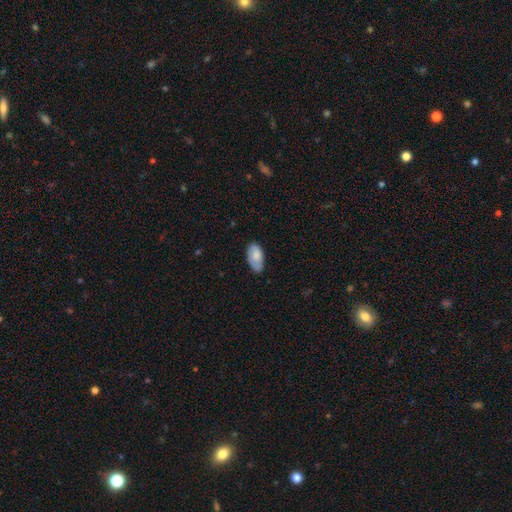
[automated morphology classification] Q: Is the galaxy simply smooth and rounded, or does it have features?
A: smooth — 74%.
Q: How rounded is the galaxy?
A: in between — 95%.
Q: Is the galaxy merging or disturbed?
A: none — 71%.